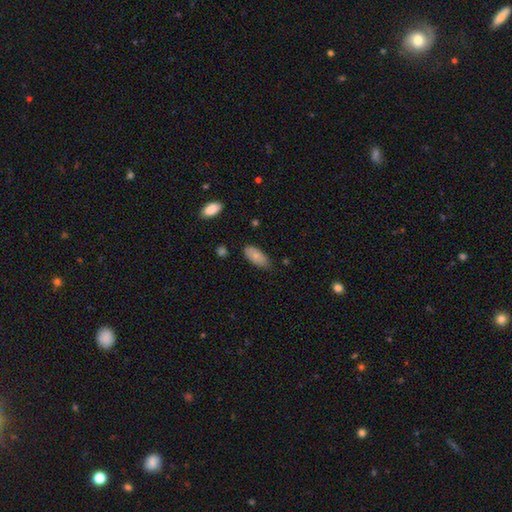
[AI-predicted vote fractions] smooth-or-featured: smooth: 79% | featured or disk: 14% | star or artifact: 7%
  how-rounded: in between: 91% | cigar-shaped: 7% | round: 2%
  merging: none: 74% | minor disturbance: 21% | major disturbance: 3% | merger: 2%